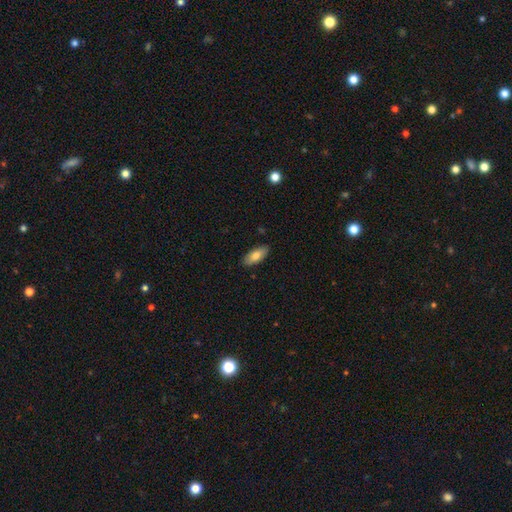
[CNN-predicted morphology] smooth_or_featured: smooth (p=0.78) [alt: featured or disk p=0.16]
how_rounded: in between (p=0.87) [alt: cigar-shaped p=0.10]
merging: none (p=0.87) [alt: minor disturbance p=0.10]